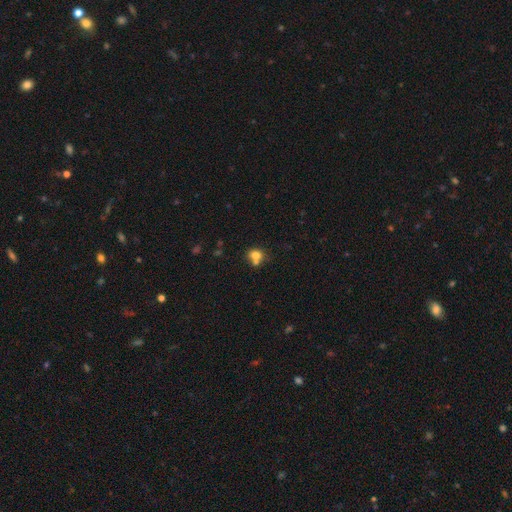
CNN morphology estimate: smooth-or-featured: smooth: 76% | star or artifact: 13% | featured or disk: 12%
  how-rounded: round: 67% | in between: 32% | cigar-shaped: 1%
  merging: none: 45% | merger: 39% | minor disturbance: 11% | major disturbance: 4%